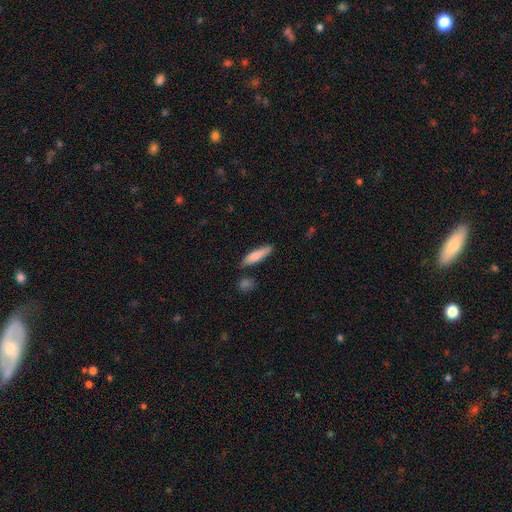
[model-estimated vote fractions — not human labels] This is likely a smooth galaxy (77%). How rounded: likely cigar-shaped (74%). Merging: likely none (78%).